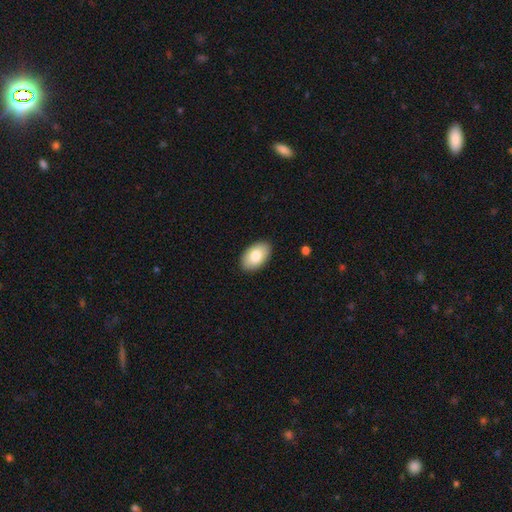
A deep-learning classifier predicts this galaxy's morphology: smooth 82%, featured or disk 12%, star or artifact 6%. Down the decision tree: how rounded — in between (93%); merging — none (89%).